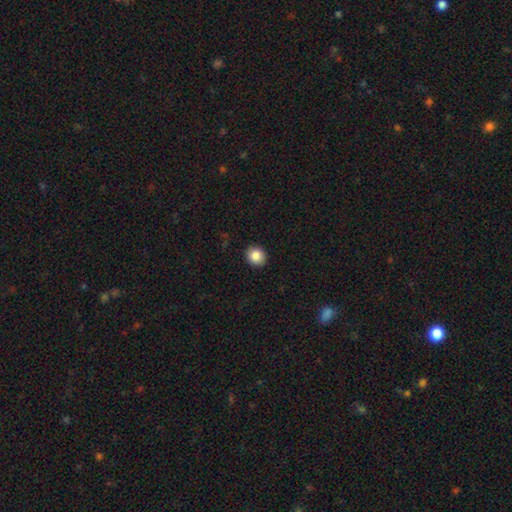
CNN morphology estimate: This appears to be a smooth galaxy with no disk features (86%) that is round (84%). Merging: none (92%).